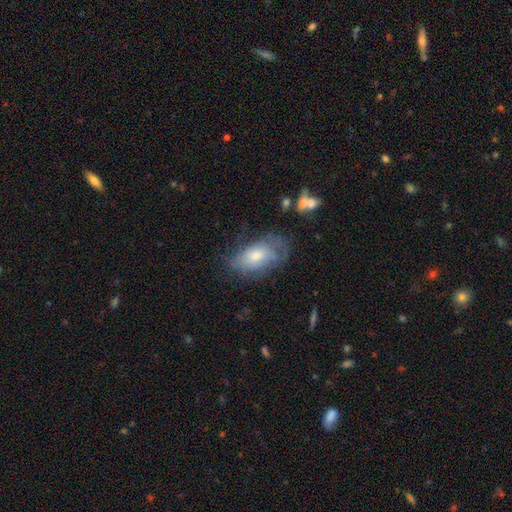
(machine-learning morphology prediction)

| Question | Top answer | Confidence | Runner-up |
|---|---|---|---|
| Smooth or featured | smooth | 47% | featured or disk (43%) |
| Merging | none | 55% | minor disturbance (27%) |